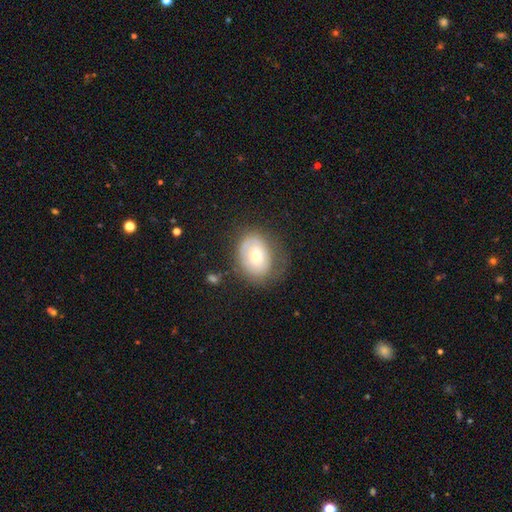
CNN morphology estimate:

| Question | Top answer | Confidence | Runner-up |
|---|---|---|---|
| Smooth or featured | smooth | 52% | featured or disk (40%) |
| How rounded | in between | 65% | round (34%) |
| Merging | none | 57% | minor disturbance (26%) |